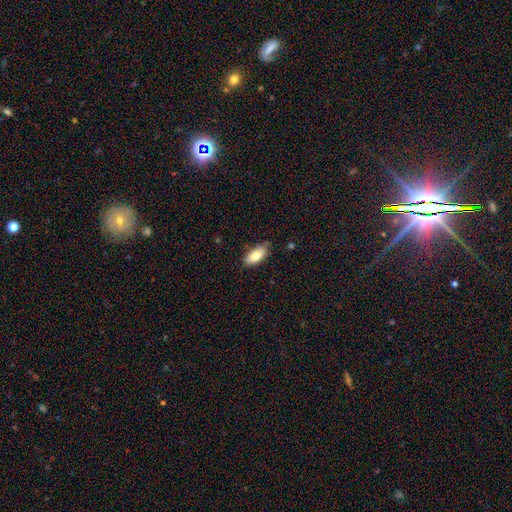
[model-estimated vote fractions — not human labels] Q: Smooth or featured?
A: smooth (79%); runner-up: featured or disk (14%)
Q: How rounded?
A: in between (89%); runner-up: cigar-shaped (8%)
Q: Merging?
A: none (77%); runner-up: minor disturbance (19%)